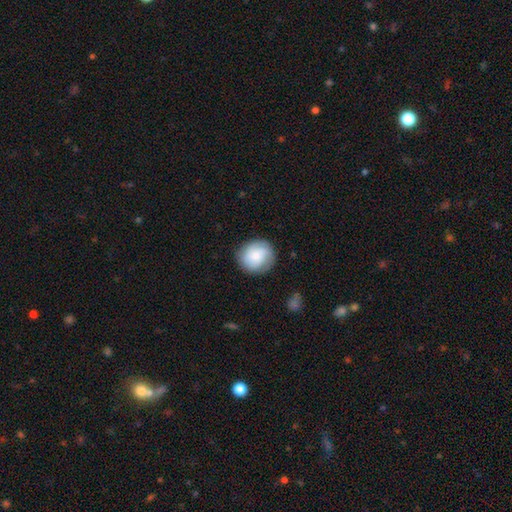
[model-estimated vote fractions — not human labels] Smooth or featured? Predicted: smooth (p=0.63). How rounded? Predicted: round (p=0.85). Merging? Predicted: none (p=0.82).